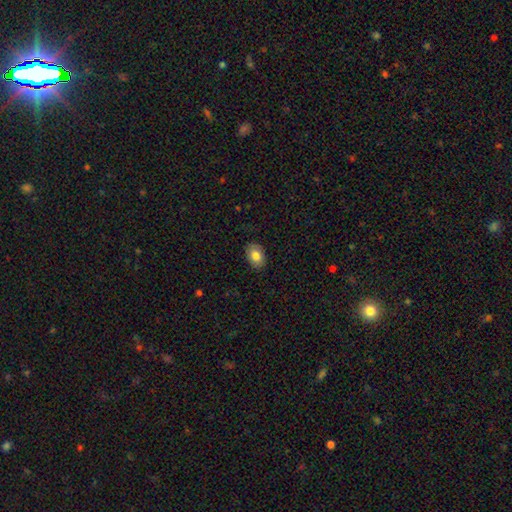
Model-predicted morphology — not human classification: Smooth or featured? smooth (81%)
How rounded? in between (82%)
Merging? none (87%)